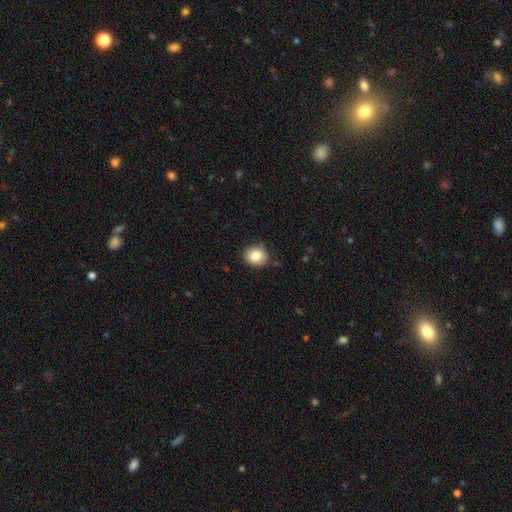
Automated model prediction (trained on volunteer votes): Smooth or featured? smooth (83%)
How rounded? round (69%)
Merging? none (80%)